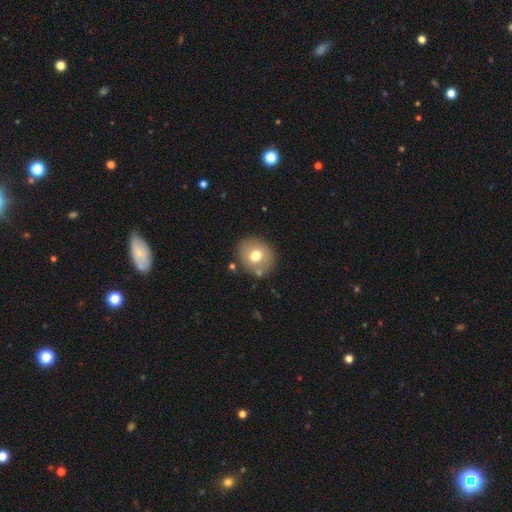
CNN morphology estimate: Overall: smooth (71%). How rounded: round (74%). Merging: none (79%).